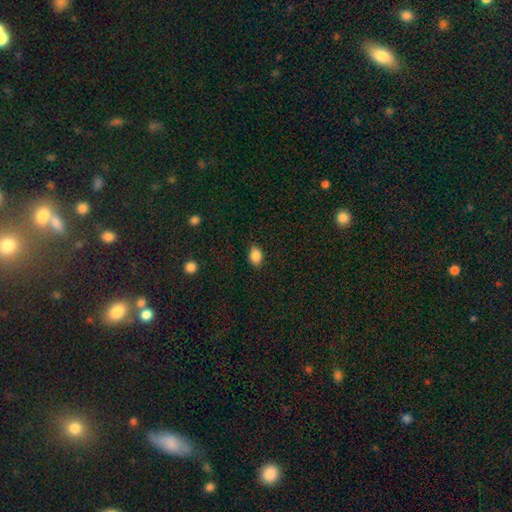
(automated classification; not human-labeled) Q: Smooth or featured?
A: smooth (86%); runner-up: star or artifact (9%)
Q: How rounded?
A: in between (71%); runner-up: round (28%)
Q: Merging?
A: none (84%); runner-up: minor disturbance (13%)